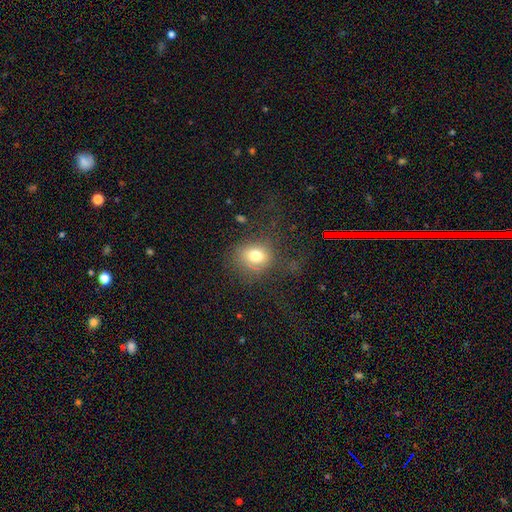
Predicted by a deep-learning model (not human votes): smooth_or_featured: smooth (p=0.74) [alt: star or artifact p=0.13]
how_rounded: round (p=0.65) [alt: in between p=0.34]
merging: none (p=0.60) [alt: major disturbance p=0.20]